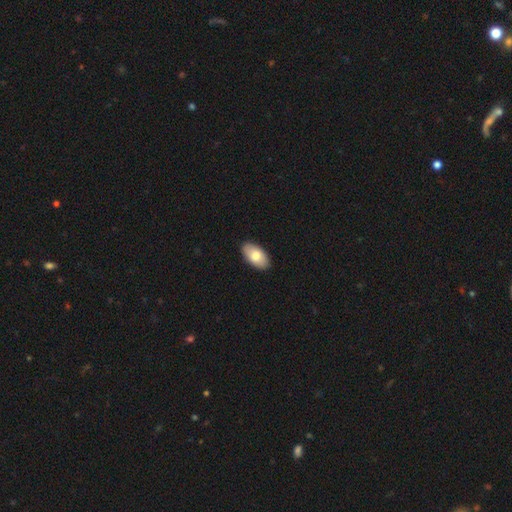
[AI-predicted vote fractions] This is likely a smooth galaxy (77%). How rounded: clearly in between (95%). Merging: clearly none (90%).